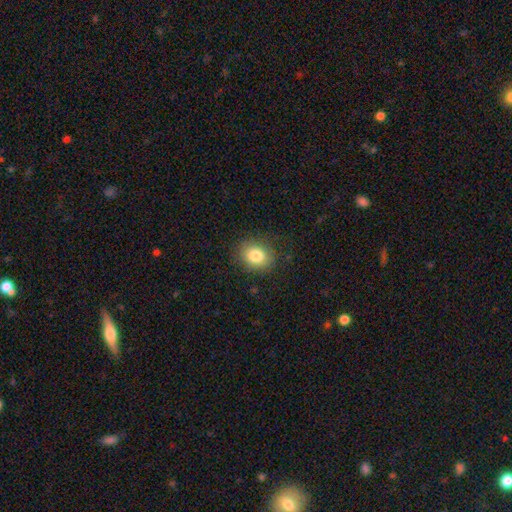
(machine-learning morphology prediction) A smooth galaxy with no disk features (82%) that is round (55%).

Vote fractions:
- Smooth or featured? smooth: 82% / star or artifact: 10% / featured or disk: 8%
- How rounded? round: 55% / in between: 44% / cigar-shaped: 1%
- Merging? none: 84% / minor disturbance: 11% / major disturbance: 4% / merger: 1%